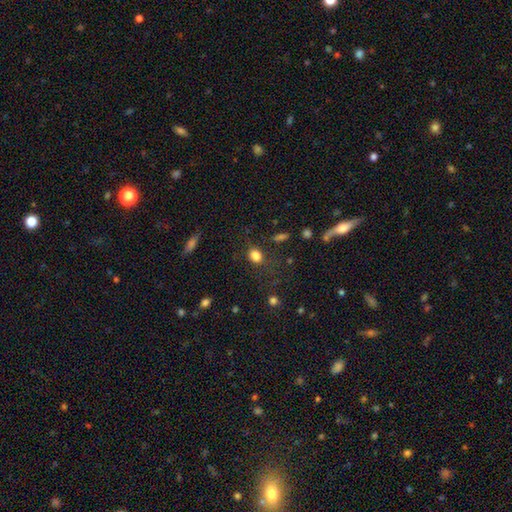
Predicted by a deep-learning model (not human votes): Morphology: type=smooth (82%); roundness=in between (62%); merging=none (69%).